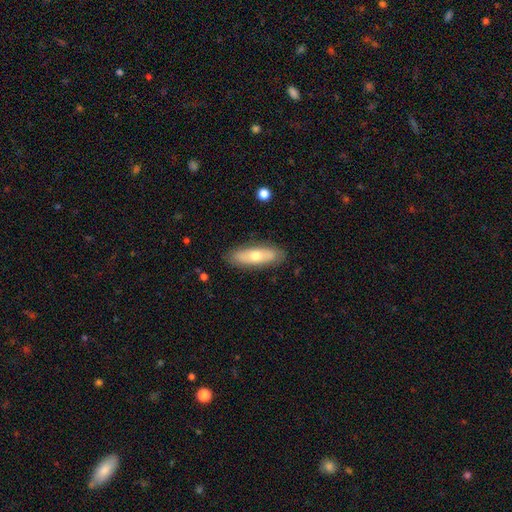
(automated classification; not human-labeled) Smooth or featured: smooth — 59% (featured or disk — 35%)
How rounded: in between — 56% (cigar-shaped — 41%)
Merging: none — 85% (minor disturbance — 11%)